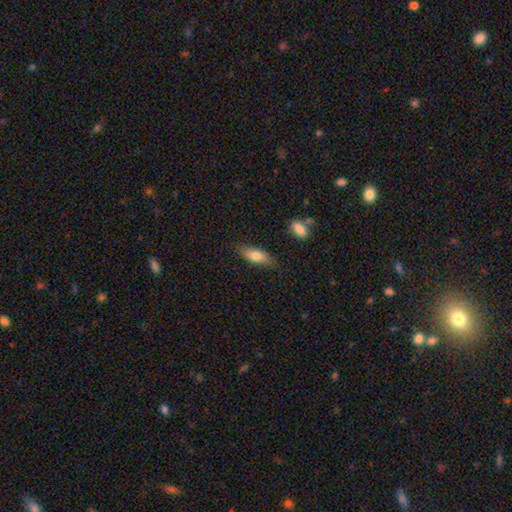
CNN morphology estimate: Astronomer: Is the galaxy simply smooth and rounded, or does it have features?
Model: smooth — 75%.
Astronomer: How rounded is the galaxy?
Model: in between — 74%.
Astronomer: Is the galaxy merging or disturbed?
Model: none — 78%.